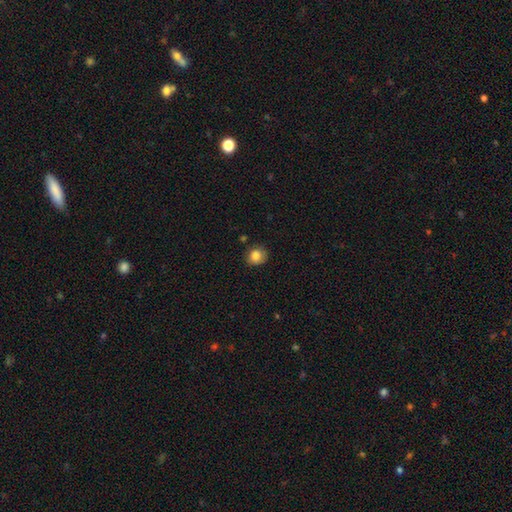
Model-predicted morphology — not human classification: smooth_or_featured: smooth (p=0.84) [alt: star or artifact p=0.09]
how_rounded: round (p=0.79) [alt: in between p=0.20]
merging: none (p=0.80) [alt: minor disturbance p=0.15]